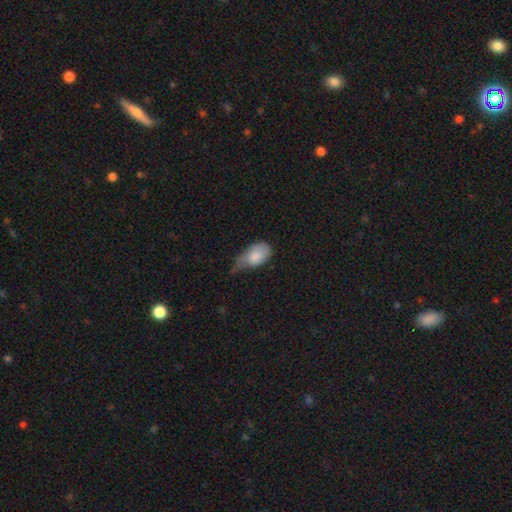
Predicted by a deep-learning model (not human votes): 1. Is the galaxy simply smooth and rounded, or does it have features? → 81% smooth, 13% featured or disk, 7% star or artifact.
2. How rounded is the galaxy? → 92% in between, 5% round, 3% cigar-shaped.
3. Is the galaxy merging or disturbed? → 52% minor disturbance, 24% major disturbance, 21% none, 3% merger.